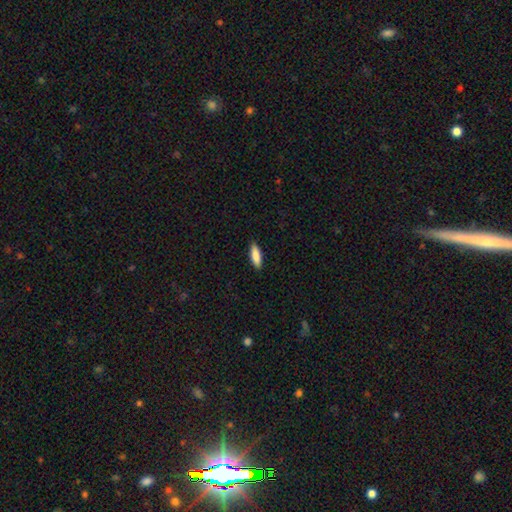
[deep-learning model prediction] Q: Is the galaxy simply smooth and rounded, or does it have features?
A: smooth — 87%.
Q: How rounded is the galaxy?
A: in between — 53%.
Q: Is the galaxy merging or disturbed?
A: none — 89%.